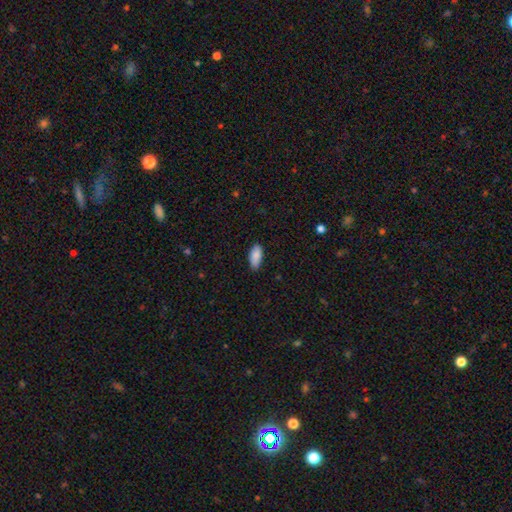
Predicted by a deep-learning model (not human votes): Overall: smooth (88%). How rounded: in between (89%). Merging: none (81%).